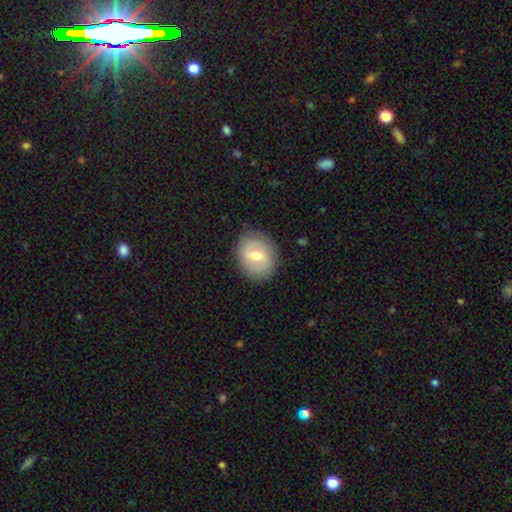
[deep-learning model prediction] Smooth or featured? featured or disk (47%)
Merging? none (85%)